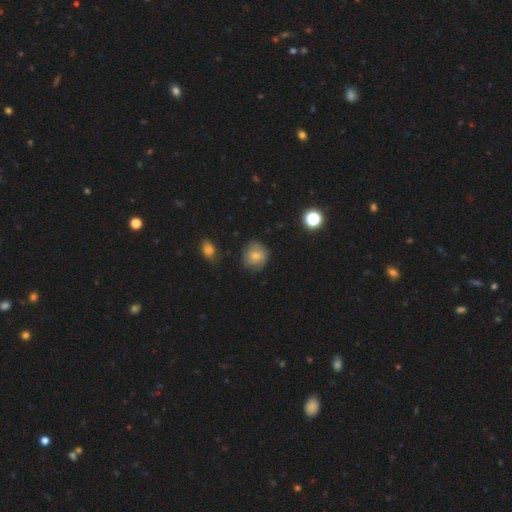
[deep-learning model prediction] Smooth or featured: smooth — 68% (featured or disk — 22%)
How rounded: round — 84% (in between — 16%)
Merging: none — 77% (minor disturbance — 17%)